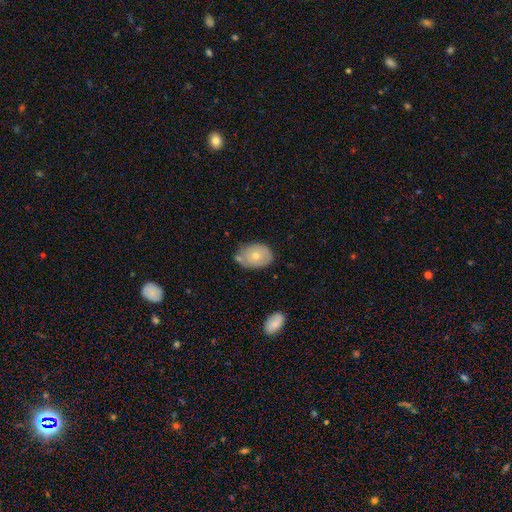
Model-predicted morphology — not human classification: A smooth galaxy with no disk features (64%) that is in between round and cigar-shaped (76%).

Vote fractions:
- Smooth or featured? smooth: 64% / featured or disk: 29% / star or artifact: 7%
- How rounded? in between: 76% / round: 23% / cigar-shaped: 1%
- Merging? none: 57% / minor disturbance: 28% / merger: 10% / major disturbance: 6%